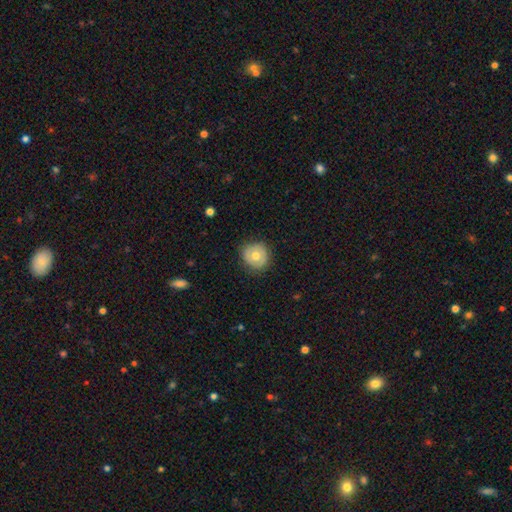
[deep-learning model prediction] Smooth or featured? smooth (64%)
How rounded? round (89%)
Merging? none (82%)